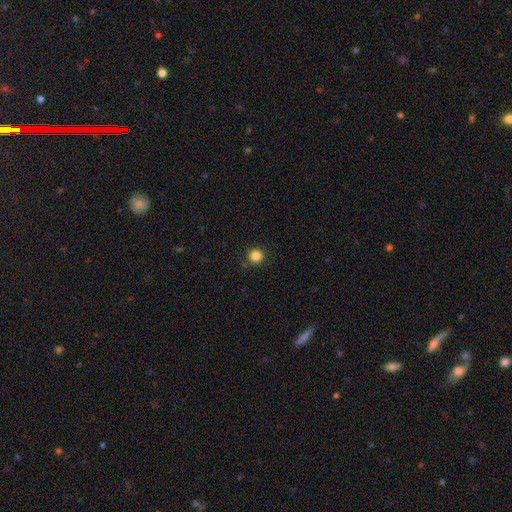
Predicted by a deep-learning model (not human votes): This appears to be a smooth galaxy with no disk features (84%) that is round (94%). Merging: none (90%).